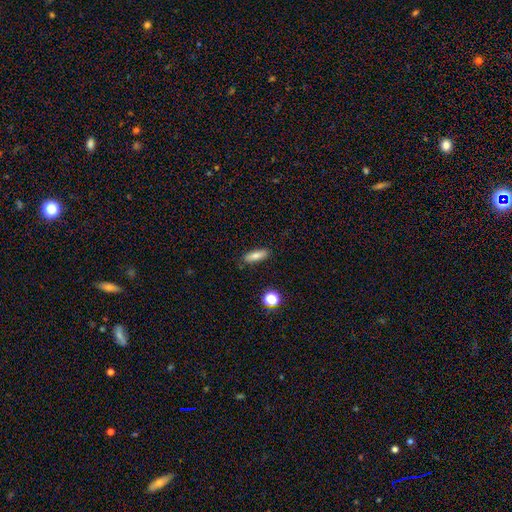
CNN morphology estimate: smooth-or-featured: smooth: 77% | featured or disk: 14% | star or artifact: 9%
  how-rounded: in between: 56% | cigar-shaped: 41% | round: 3%
  merging: none: 85% | minor disturbance: 11% | major disturbance: 2% | merger: 2%